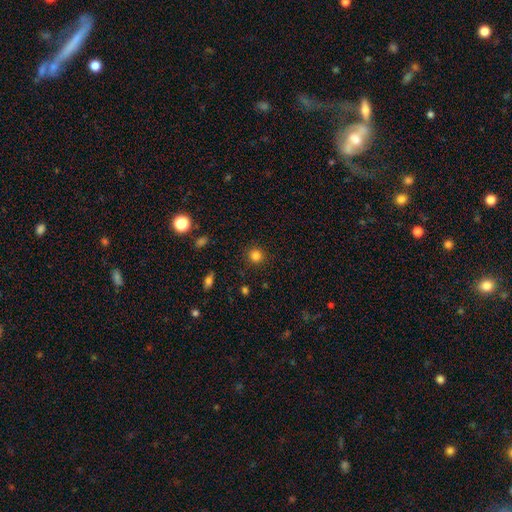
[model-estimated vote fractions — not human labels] Smooth or featured: smooth — 83% (star or artifact — 13%)
How rounded: round — 92% (in between — 7%)
Merging: none — 90% (minor disturbance — 6%)